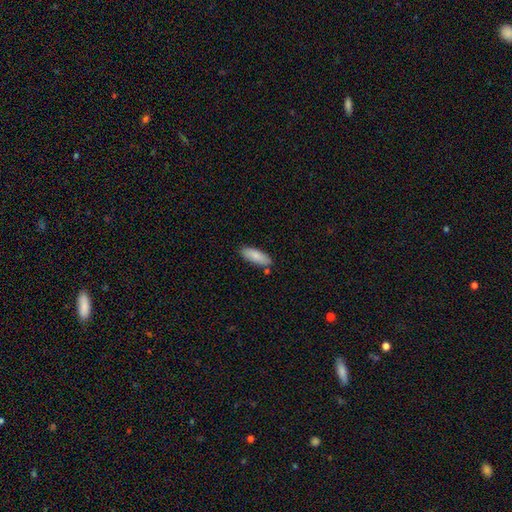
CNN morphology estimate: smooth_or_featured: smooth (p=0.86) [alt: featured or disk p=0.08]
how_rounded: in between (p=0.66) [alt: cigar-shaped p=0.33]
merging: none (p=0.81) [alt: minor disturbance p=0.13]